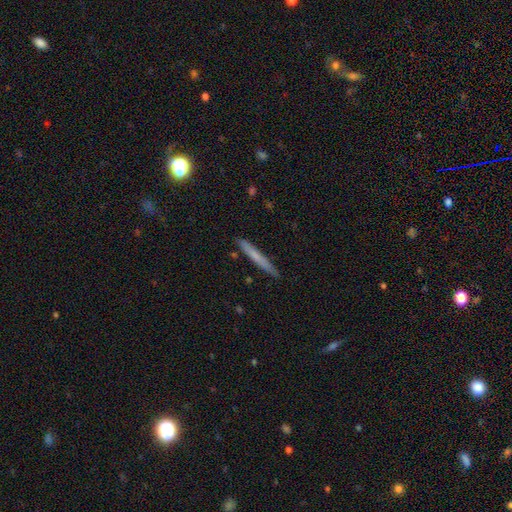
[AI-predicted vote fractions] Smooth or featured?
  - smooth: 62% *
  - featured or disk: 32%
  - star or artifact: 6%
How rounded?
  - cigar-shaped: 96% *
  - in between: 2%
  - round: 1%
Merging?
  - none: 89% *
  - minor disturbance: 8%
  - major disturbance: 1%
  - merger: 1%